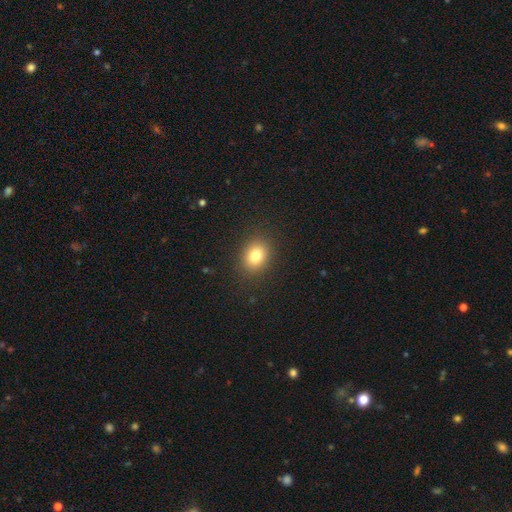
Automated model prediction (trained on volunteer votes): smooth 80%, star or artifact 12%, featured or disk 8%. Down the decision tree: how rounded — in between (51%); merging — none (88%).